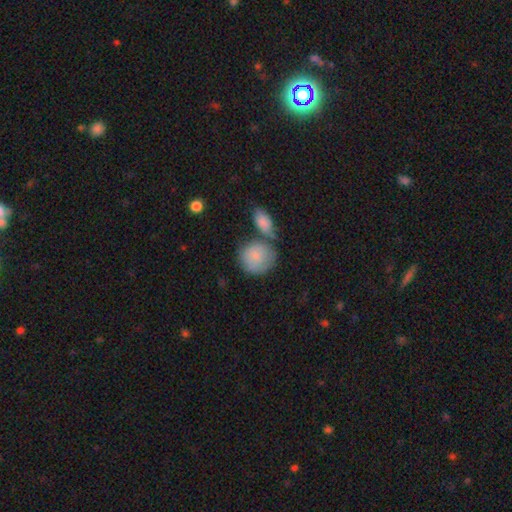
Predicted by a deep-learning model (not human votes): Q: Smooth or featured?
A: smooth (84%); runner-up: featured or disk (10%)
Q: How rounded?
A: round (76%); runner-up: in between (23%)
Q: Merging?
A: none (46%); runner-up: merger (29%)